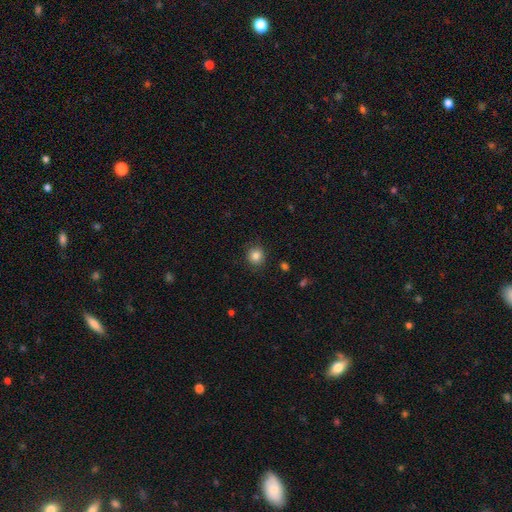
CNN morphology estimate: Smooth or featured? Predicted: smooth (p=0.84). How rounded? Predicted: round (p=0.90). Merging? Predicted: none (p=0.88).